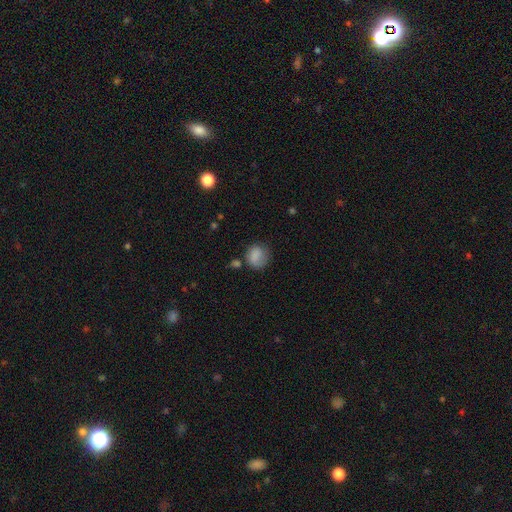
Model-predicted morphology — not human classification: Smooth or featured? smooth (80%)
How rounded? round (70%)
Merging? none (58%)